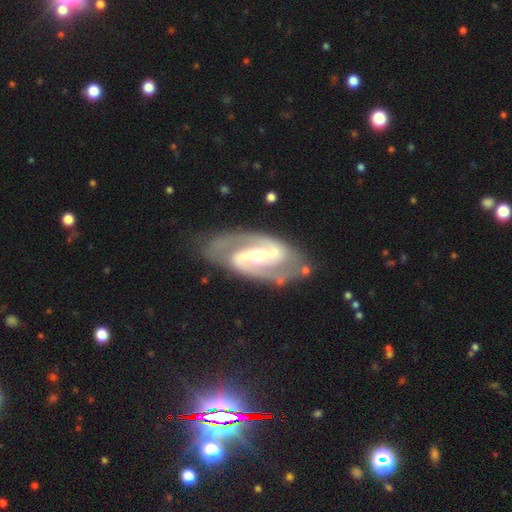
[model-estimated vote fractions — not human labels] This is clearly a featured or disk galaxy (91%). It is clearly not viewed edge-on (96%). Bar: possibly strong (59%). Spiral arm pattern: clearly yes (97%). Spiral arm count: clearly 2 (92%). Spiral winding: possibly medium (55%). Central bulge: possibly small (56%). Merging: likely none (78%).